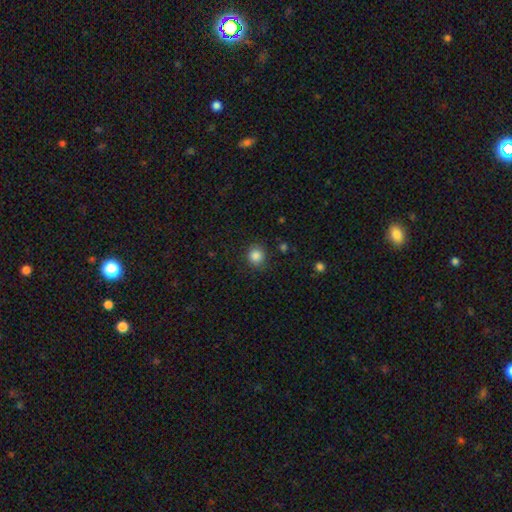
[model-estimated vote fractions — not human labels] Overall: smooth (85%). How rounded: round (87%). Merging: none (85%).